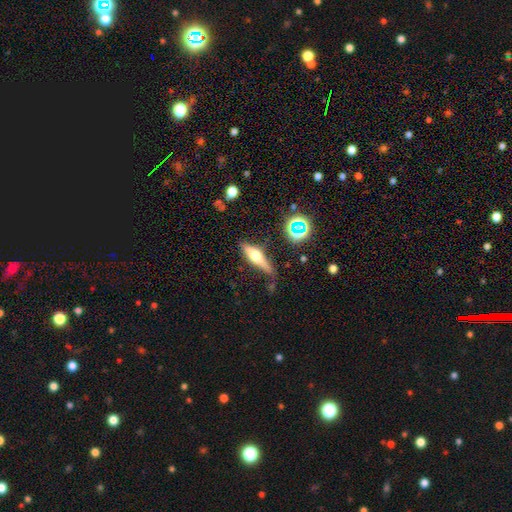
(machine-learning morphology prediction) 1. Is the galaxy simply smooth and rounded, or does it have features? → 55% featured or disk, 35% smooth, 9% star or artifact.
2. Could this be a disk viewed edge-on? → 91% yes, 9% no.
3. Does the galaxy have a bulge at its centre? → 93% rounded, 4% boxy, 2% none.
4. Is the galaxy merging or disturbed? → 71% none, 19% minor disturbance, 5% major disturbance, 5% merger.